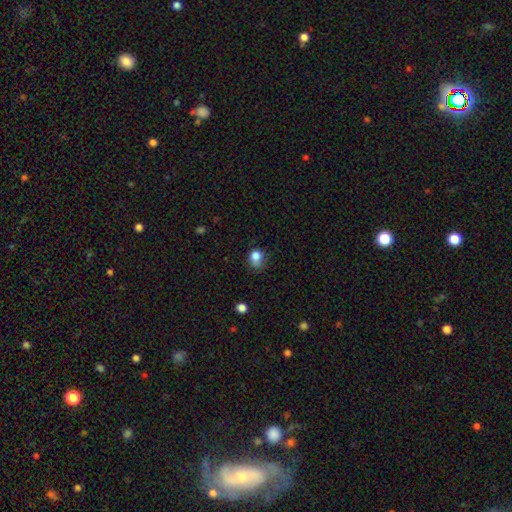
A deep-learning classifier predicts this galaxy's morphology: A smooth galaxy with no disk features (80%) that is round (60%).

Vote fractions:
- Smooth or featured? smooth: 80% / star or artifact: 11% / featured or disk: 9%
- How rounded? round: 60% / in between: 39% / cigar-shaped: 1%
- Merging? none: 36% (tied) / minor disturbance: 36% (tied) / major disturbance: 24% / merger: 5%